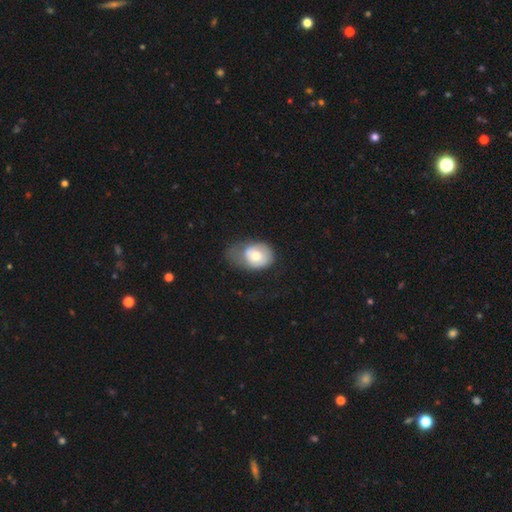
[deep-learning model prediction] Morphology: type=smooth (66%); roundness=in between (60%); merging=major disturbance (39%).